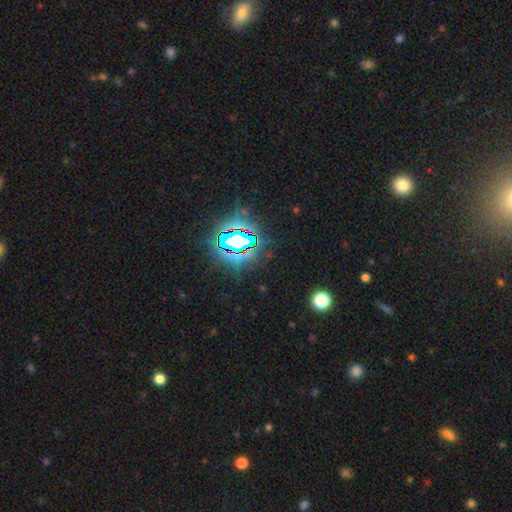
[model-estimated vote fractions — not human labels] This is clearly a star or artifact rather than a galaxy (82%).